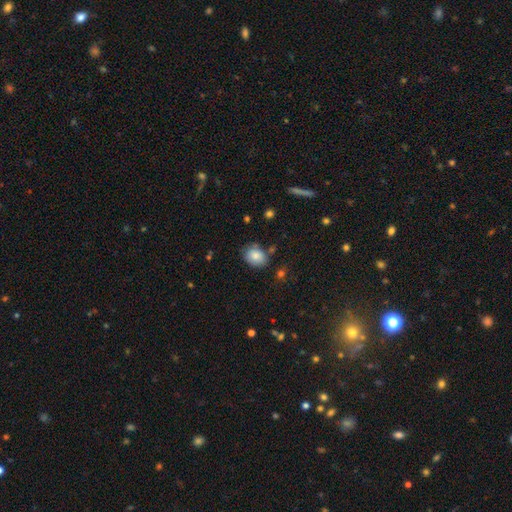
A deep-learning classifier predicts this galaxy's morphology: This appears to be a smooth galaxy with no disk features (83%) that is in between round and cigar-shaped (58%). Merging: none (72%).